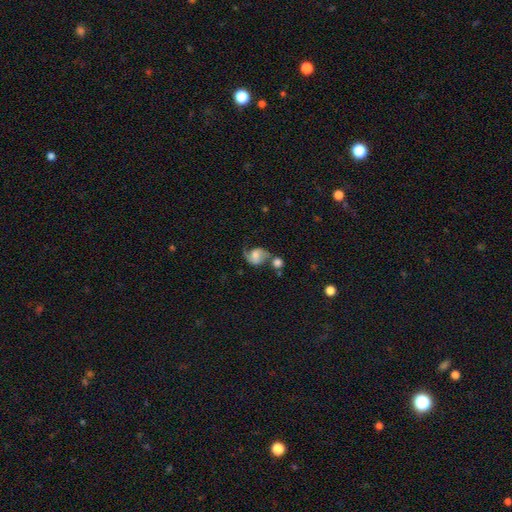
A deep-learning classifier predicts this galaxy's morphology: type=featured or disk (70%); edge-on=no (98%); bar=no (50%); spiral arms=yes (93%); winding=medium (46%); arm count=2 (84%); bulge=moderate (40%); merging=none (46%).